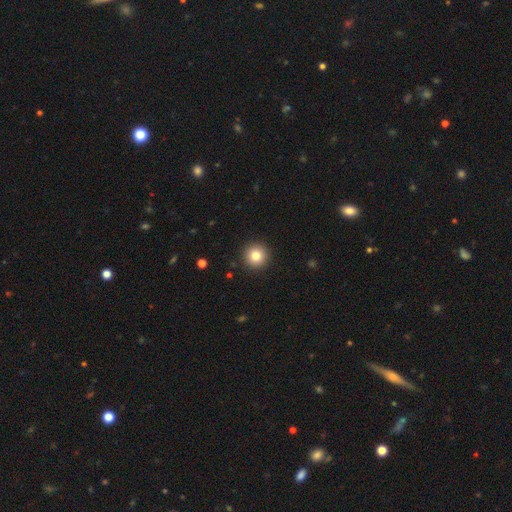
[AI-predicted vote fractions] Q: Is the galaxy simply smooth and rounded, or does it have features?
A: smooth — 81%.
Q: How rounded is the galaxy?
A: round — 96%.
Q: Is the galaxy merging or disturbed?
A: none — 93%.